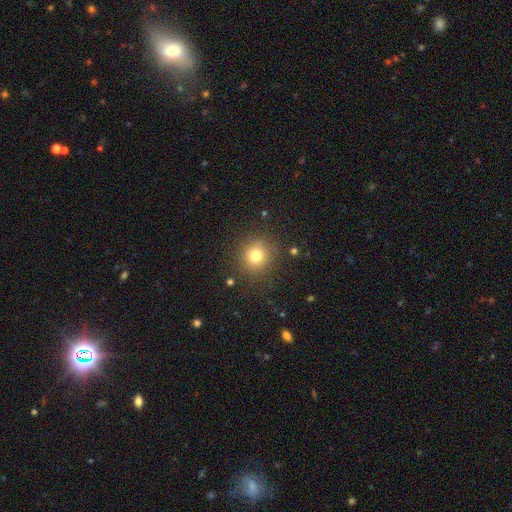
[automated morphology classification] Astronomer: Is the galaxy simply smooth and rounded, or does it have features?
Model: smooth — 77%.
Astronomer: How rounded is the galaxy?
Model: round — 90%.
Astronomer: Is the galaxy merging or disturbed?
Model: none — 86%.